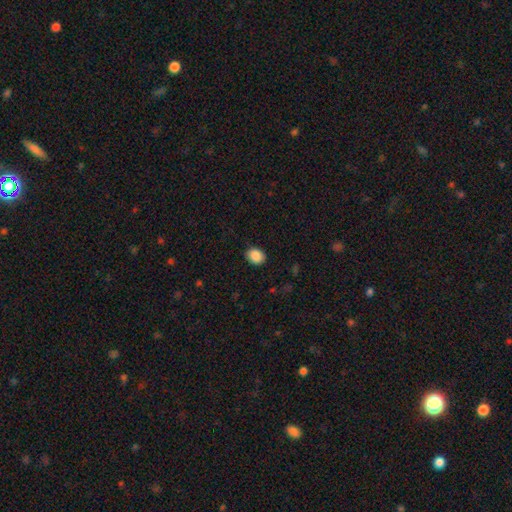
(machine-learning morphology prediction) smooth-or-featured: smooth: 89% | star or artifact: 8% | featured or disk: 3%
  how-rounded: in between: 55% | round: 44% | cigar-shaped: 1%
  merging: none: 87% | minor disturbance: 10% | major disturbance: 2% | merger: 1%